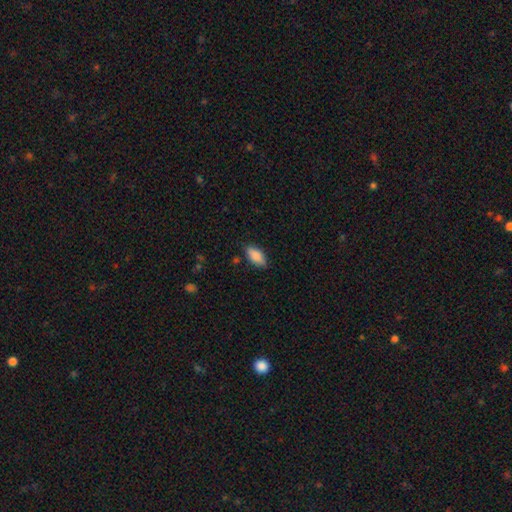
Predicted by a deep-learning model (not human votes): smooth 86%, featured or disk 7%, star or artifact 7%. Down the decision tree: how rounded — in between (87%); merging — none (80%).